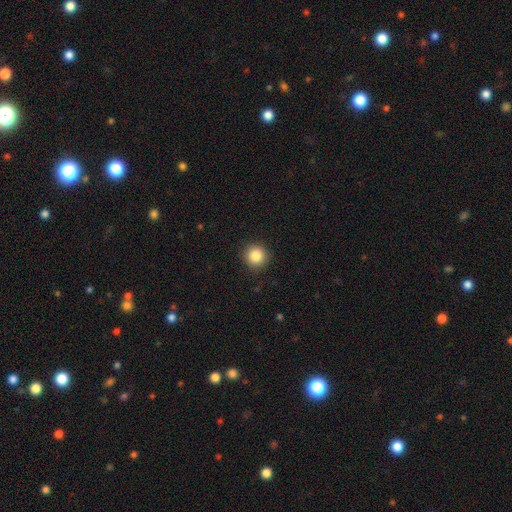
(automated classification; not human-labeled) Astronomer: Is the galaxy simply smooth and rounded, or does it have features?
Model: smooth — 85%.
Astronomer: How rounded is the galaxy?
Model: round — 94%.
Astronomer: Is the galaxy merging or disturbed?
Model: none — 91%.